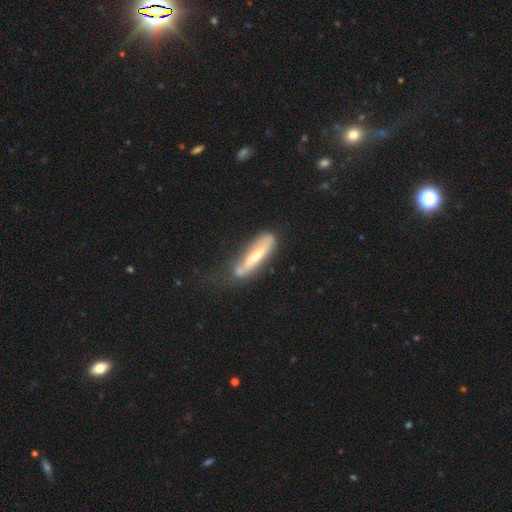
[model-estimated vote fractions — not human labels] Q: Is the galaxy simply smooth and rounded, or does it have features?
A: smooth — 54%.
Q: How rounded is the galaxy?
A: cigar-shaped — 82%.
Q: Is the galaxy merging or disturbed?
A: none — 51%.